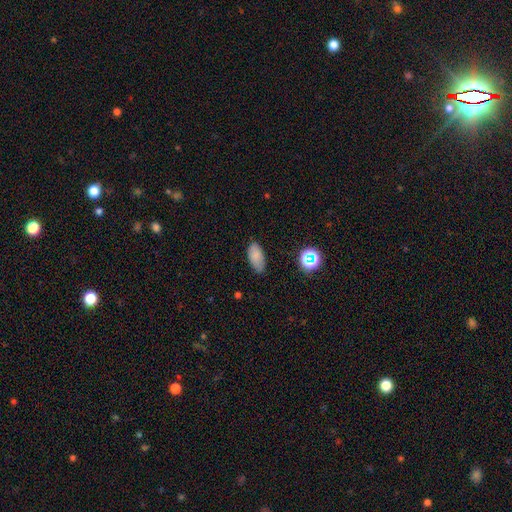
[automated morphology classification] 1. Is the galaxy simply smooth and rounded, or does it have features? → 82% smooth, 11% star or artifact, 7% featured or disk.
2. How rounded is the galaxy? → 91% in between, 6% cigar-shaped, 4% round.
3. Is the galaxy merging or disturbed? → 76% none, 19% minor disturbance, 4% major disturbance, 2% merger.